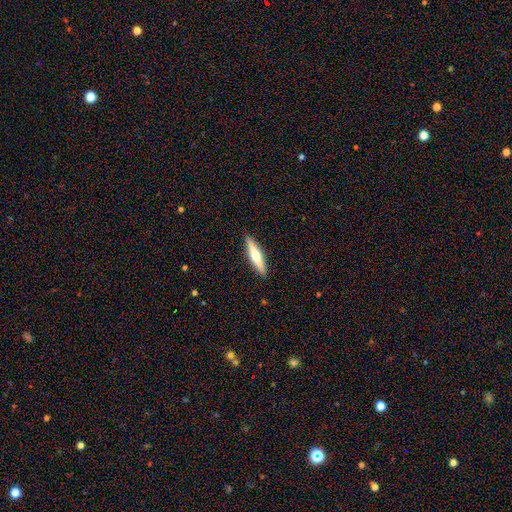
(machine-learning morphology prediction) Smooth or featured: smooth — 48% (featured or disk — 46%)
Merging: none — 91% (minor disturbance — 7%)